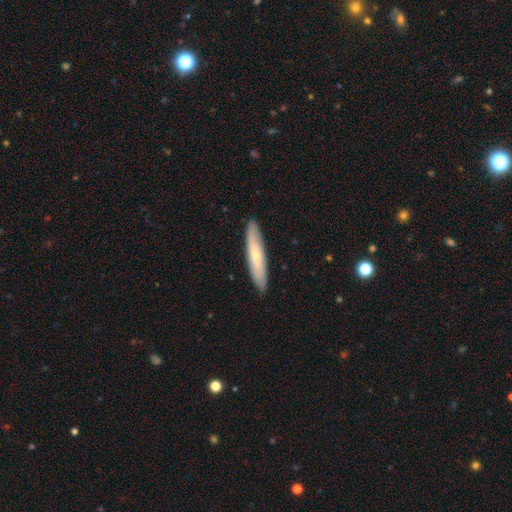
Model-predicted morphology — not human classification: A smooth galaxy with no disk features (58%) that is cigar-shaped (89%). Merging: none (90%).